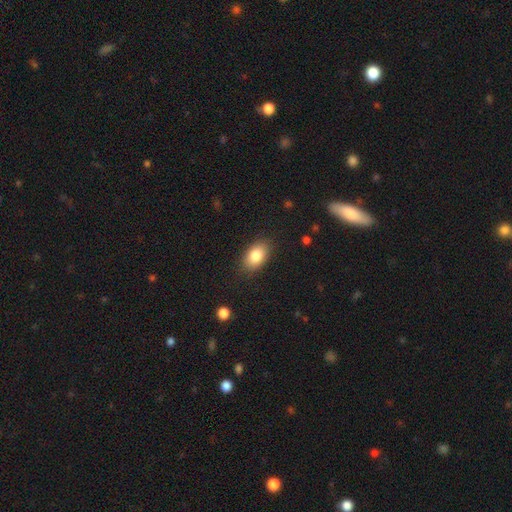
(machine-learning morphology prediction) smooth-or-featured: smooth: 83% | featured or disk: 9% | star or artifact: 7%
  how-rounded: in between: 89% | round: 9% | cigar-shaped: 2%
  merging: none: 85% | minor disturbance: 11% | major disturbance: 3% | merger: 1%